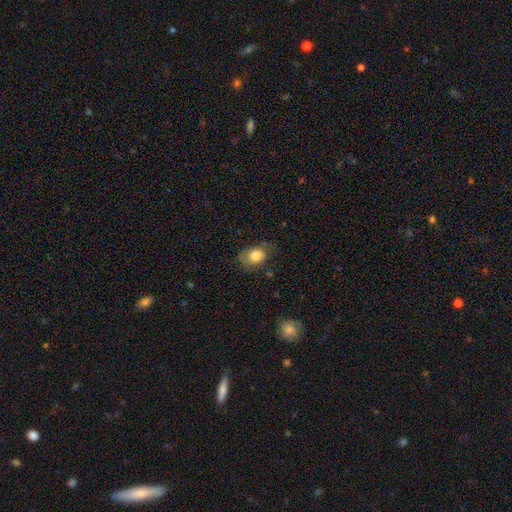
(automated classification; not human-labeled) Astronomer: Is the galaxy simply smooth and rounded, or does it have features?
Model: smooth — 79%.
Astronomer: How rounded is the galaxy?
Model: in between — 68%.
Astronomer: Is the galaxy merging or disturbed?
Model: none — 58%.